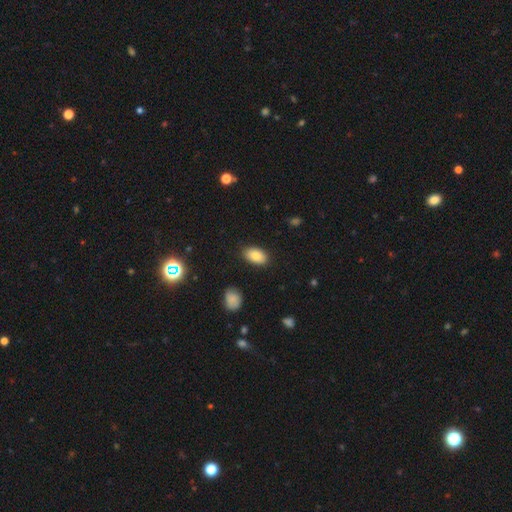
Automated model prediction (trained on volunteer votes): Smooth or featured? Predicted: smooth (p=0.84). How rounded? Predicted: in between (p=0.92). Merging? Predicted: none (p=0.86).